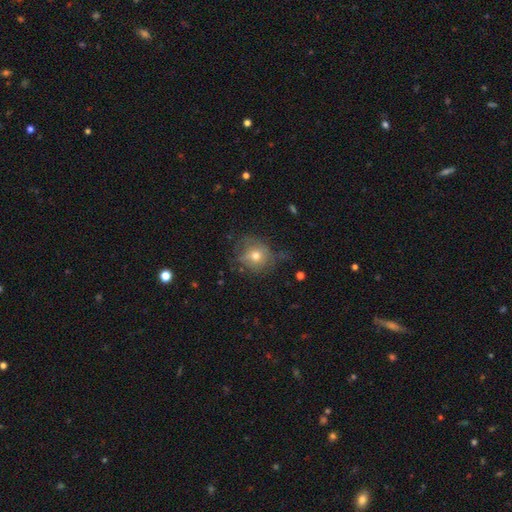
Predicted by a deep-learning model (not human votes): Smooth or featured?
  - smooth: 64% *
  - featured or disk: 21%
  - star or artifact: 14%
How rounded?
  - round: 82% *
  - in between: 16%
  - cigar-shaped: 1%
Merging?
  - none: 61% *
  - minor disturbance: 24%
  - major disturbance: 13%
  - merger: 2%